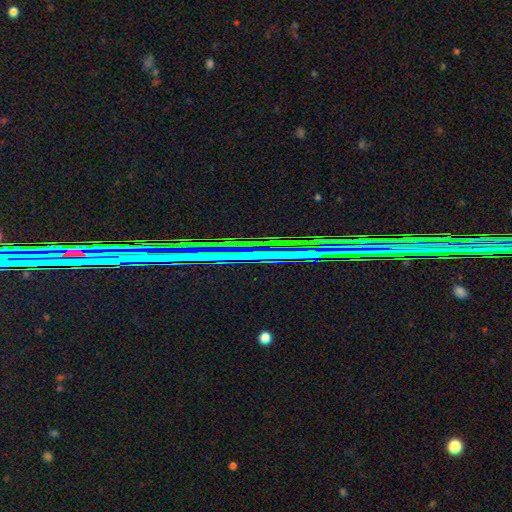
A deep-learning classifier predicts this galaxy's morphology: smooth-or-featured: star or artifact: 81% | featured or disk: 12% | smooth: 7%